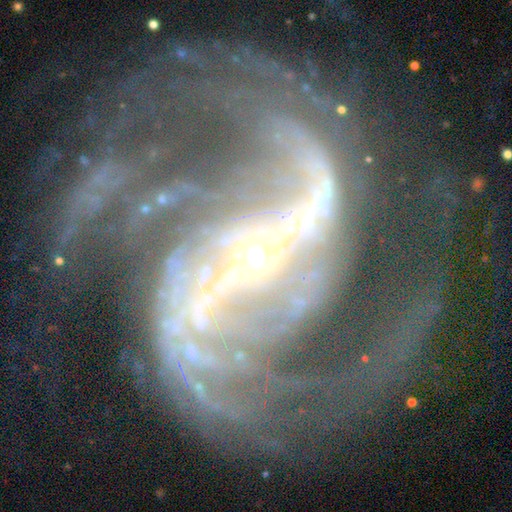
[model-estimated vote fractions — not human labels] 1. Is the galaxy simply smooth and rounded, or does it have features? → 93% featured or disk, 5% star or artifact, 2% smooth.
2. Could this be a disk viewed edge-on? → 98% no, 2% yes.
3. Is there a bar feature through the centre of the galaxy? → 75% strong, 18% weak, 7% no.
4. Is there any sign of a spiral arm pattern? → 98% yes, 2% no.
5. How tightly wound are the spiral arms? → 52% medium, 30% loose, 18% tight.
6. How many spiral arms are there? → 58% 2, 13% 3, 9% can't tell, 8% 4, 6% more than 4, 6% 1.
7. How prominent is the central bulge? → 84% small, 11% moderate, 2% none, 2% large, 1% dominant.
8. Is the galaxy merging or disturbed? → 58% none, 23% major disturbance, 16% minor disturbance, 3% merger.